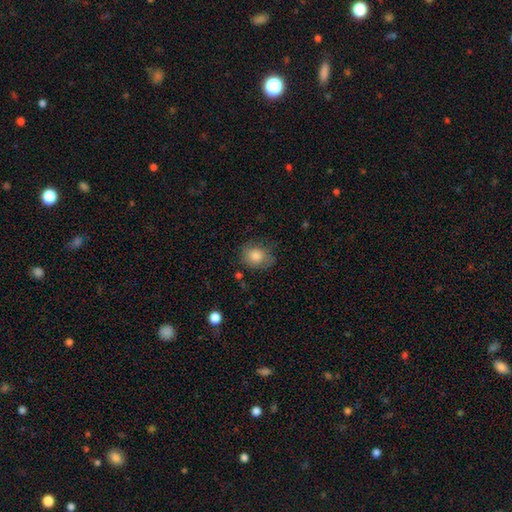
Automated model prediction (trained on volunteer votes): The model was most divided on "how rounded": round: 68%, in between: 31%, cigar-shaped: 1%. More confident: smooth or featured — smooth (82%); merging — none (72%).